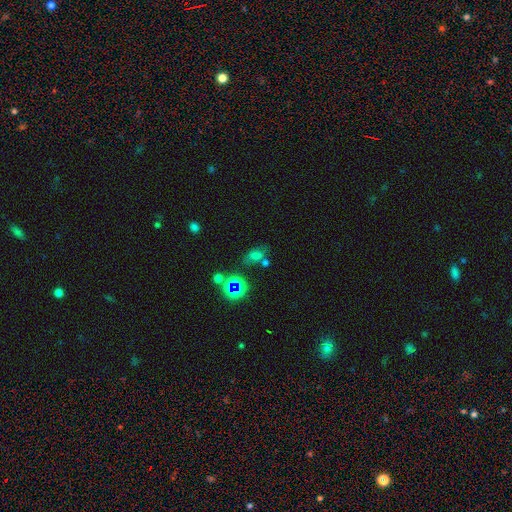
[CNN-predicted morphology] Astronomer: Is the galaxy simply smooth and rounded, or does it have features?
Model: smooth — 49% (runner-up: star or artifact, 36%).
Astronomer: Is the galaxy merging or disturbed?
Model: none — 57%.